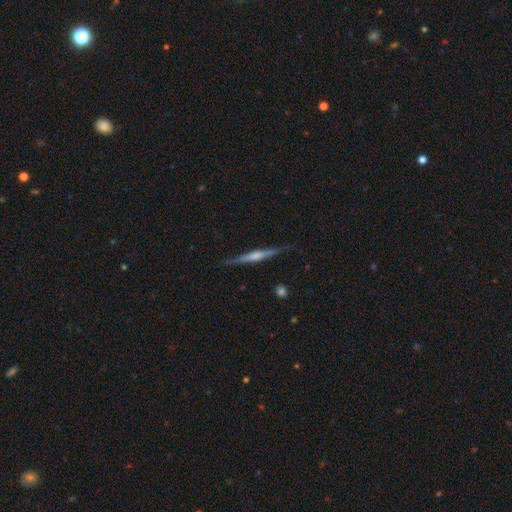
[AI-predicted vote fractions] Smooth or featured: featured or disk — 67% (smooth — 27%)
Edge-on disk: yes — 97% (no — 3%)
Edge-on bulge: rounded — 52% (boxy — 26%)
Merging: none — 85% (minor disturbance — 12%)